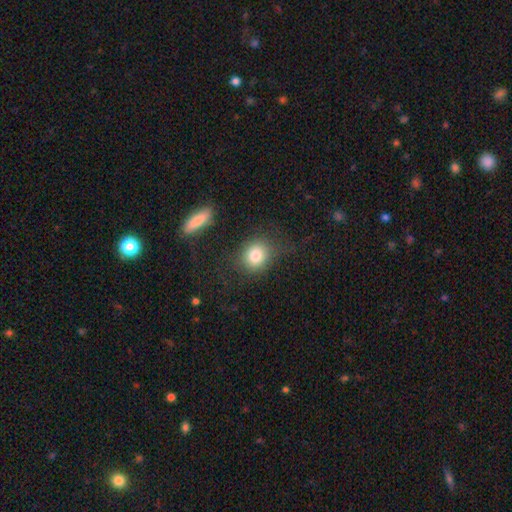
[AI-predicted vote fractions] Q: Smooth or featured?
A: smooth (82%); runner-up: star or artifact (10%)
Q: How rounded?
A: round (74%); runner-up: in between (24%)
Q: Merging?
A: none (75%); runner-up: minor disturbance (14%)